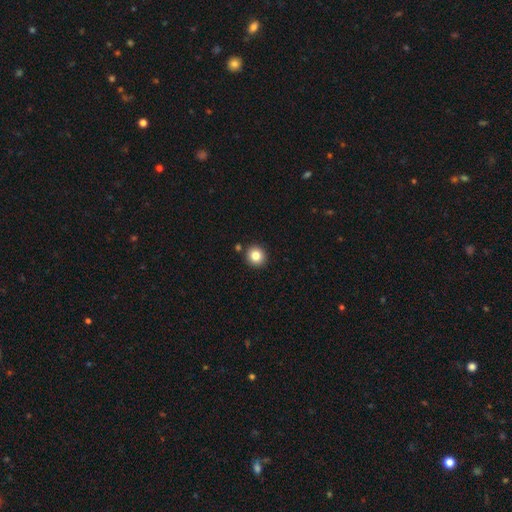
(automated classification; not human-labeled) Q: Smooth or featured?
A: smooth (83%); runner-up: star or artifact (10%)
Q: How rounded?
A: round (92%); runner-up: in between (7%)
Q: Merging?
A: none (88%); runner-up: minor disturbance (6%)